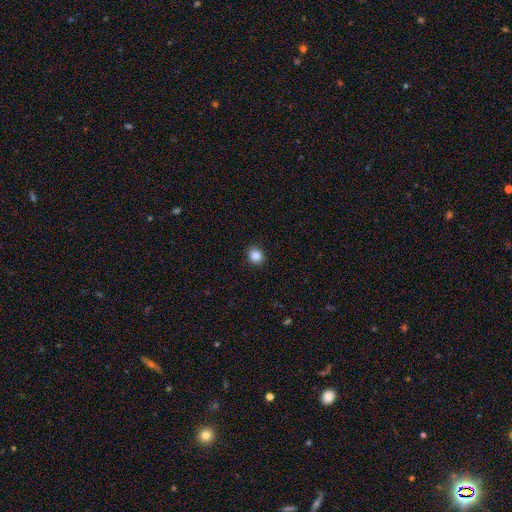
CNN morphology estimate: Smooth or featured?
  - smooth: 87% *
  - star or artifact: 10%
  - featured or disk: 3%
How rounded?
  - round: 73% *
  - in between: 26%
  - cigar-shaped: 1%
Merging?
  - none: 90% *
  - minor disturbance: 7%
  - major disturbance: 2%
  - merger: 1%